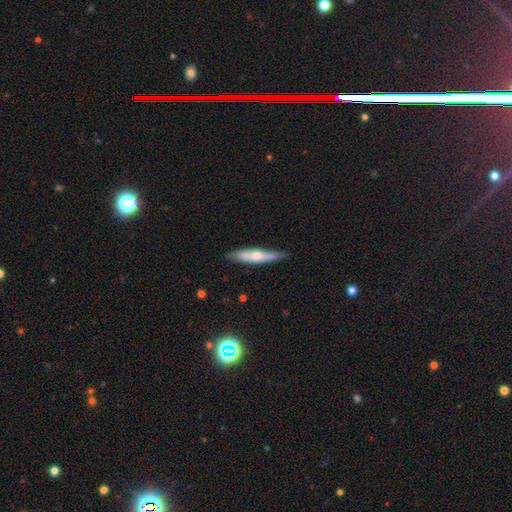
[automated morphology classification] Smooth or featured: smooth — 50% (featured or disk — 44%)
How rounded: cigar-shaped — 86% (in between — 12%)
Merging: none — 78% (minor disturbance — 17%)